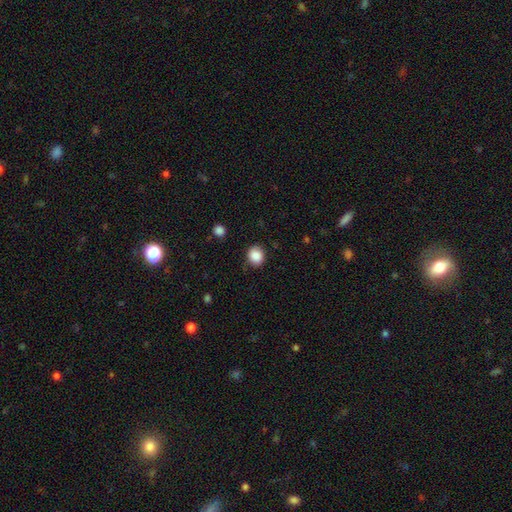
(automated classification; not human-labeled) The model was most divided on "how rounded": round: 74%, in between: 25%, cigar-shaped: 1%. More confident: smooth or featured — smooth (87%); merging — none (86%).